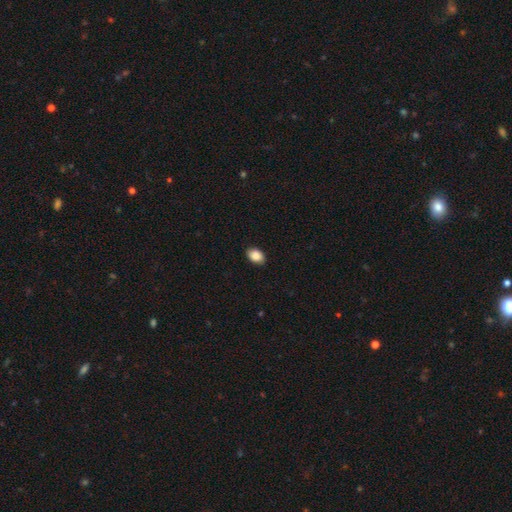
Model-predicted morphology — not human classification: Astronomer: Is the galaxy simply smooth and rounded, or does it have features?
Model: smooth — 90%.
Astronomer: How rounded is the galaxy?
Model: in between — 84%.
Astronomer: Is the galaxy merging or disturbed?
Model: none — 89%.